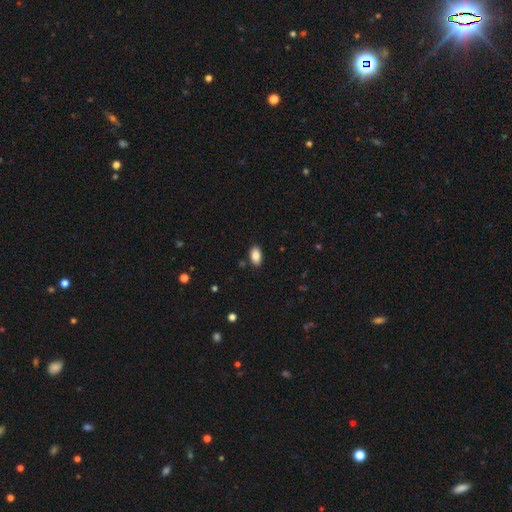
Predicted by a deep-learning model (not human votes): A smooth galaxy with no disk features (87%) that is in between round and cigar-shaped (92%).

Vote fractions:
- Smooth or featured? smooth: 87% / star or artifact: 8% / featured or disk: 5%
- How rounded? in between: 92% / round: 6% / cigar-shaped: 2%
- Merging? none: 87% / minor disturbance: 9% / major disturbance: 2% / merger: 2%